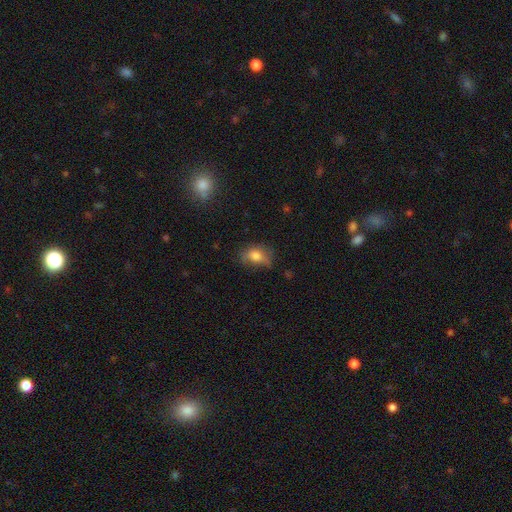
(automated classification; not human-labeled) This appears to be a smooth galaxy with no disk features (72%) that is in between round and cigar-shaped (73%). Merging: none (49%).